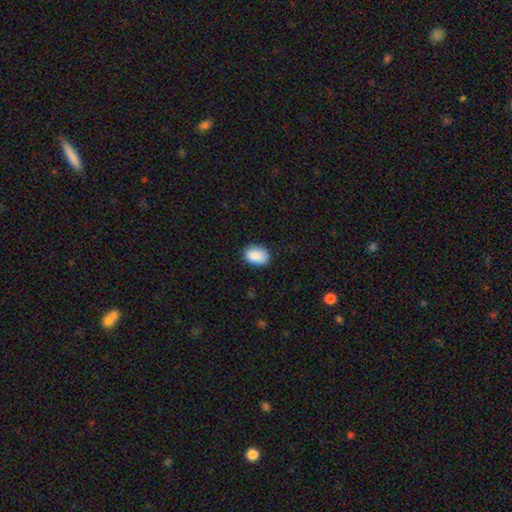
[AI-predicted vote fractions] Overall: smooth (89%). How rounded: in between (74%). Merging: none (83%).